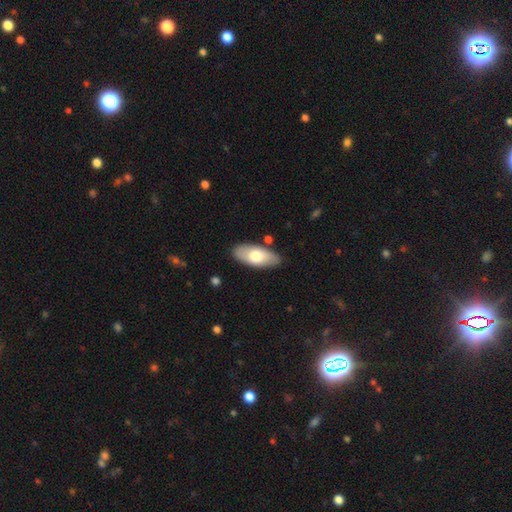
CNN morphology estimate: This is likely a smooth galaxy (69%). How rounded: clearly in between (88%). Merging: clearly none (85%).